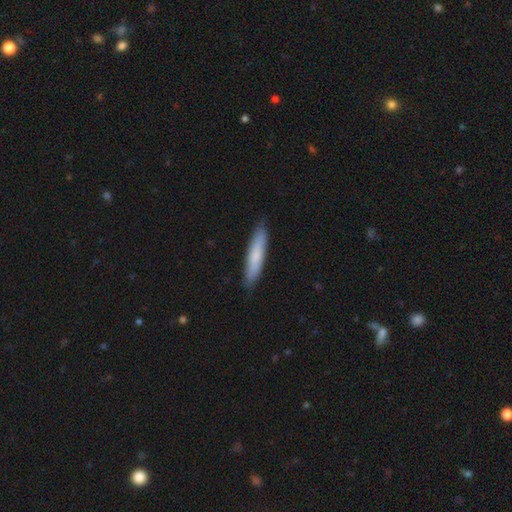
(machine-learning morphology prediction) Smooth or featured? Predicted: smooth (p=0.74). How rounded? Predicted: cigar-shaped (p=0.88). Merging? Predicted: none (p=0.89).